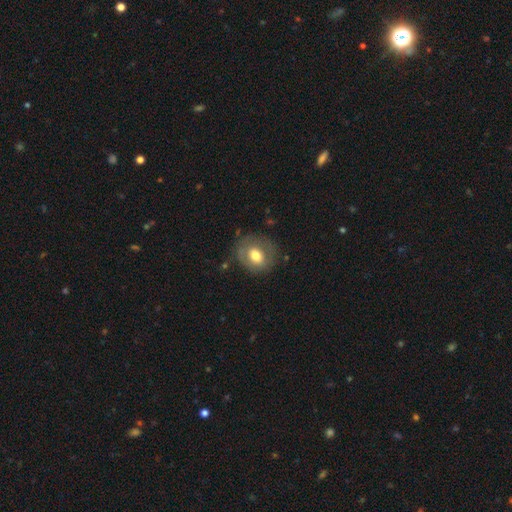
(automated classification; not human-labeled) This is possibly a smooth galaxy (58%). How rounded: likely round (66%). Merging: likely none (72%).